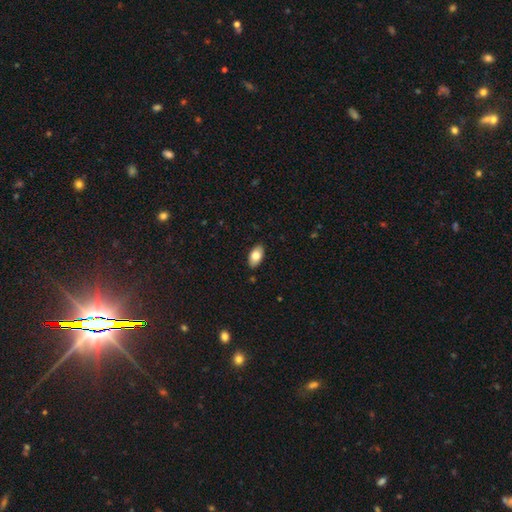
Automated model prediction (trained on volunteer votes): smooth-or-featured: smooth: 79% | featured or disk: 14% | star or artifact: 7%
  how-rounded: in between: 94% | round: 4% | cigar-shaped: 2%
  merging: none: 88% | minor disturbance: 10% | major disturbance: 2% | merger: 1%